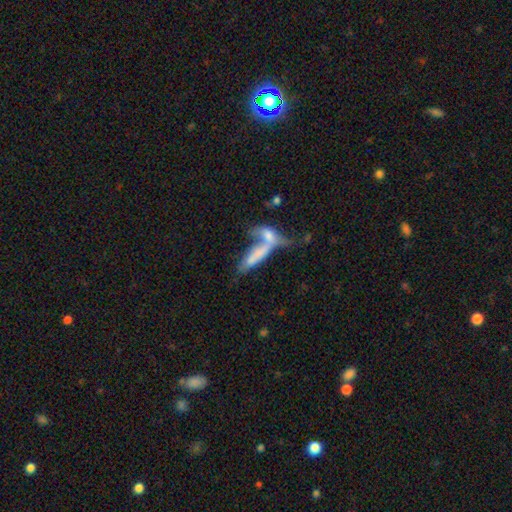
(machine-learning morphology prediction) This is likely a smooth galaxy (66%). How rounded: possibly cigar-shaped (56%). Merging: likely merger (67%).